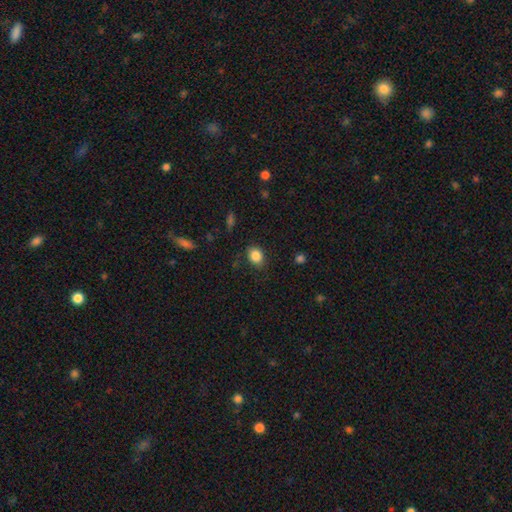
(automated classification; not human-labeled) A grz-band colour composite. It shows a smooth galaxy with no disk features (85%) that is in between round and cigar-shaped (60%). Merging: none (80%).